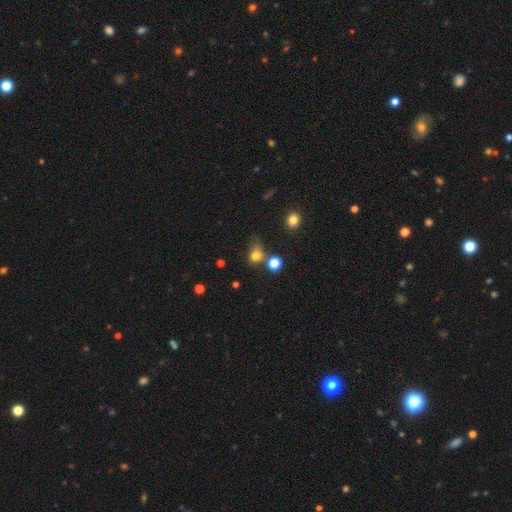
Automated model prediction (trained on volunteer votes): Overall: smooth (74%). How rounded: round (54%; in between 43%). Merging: none (41%; minor disturbance 25%).